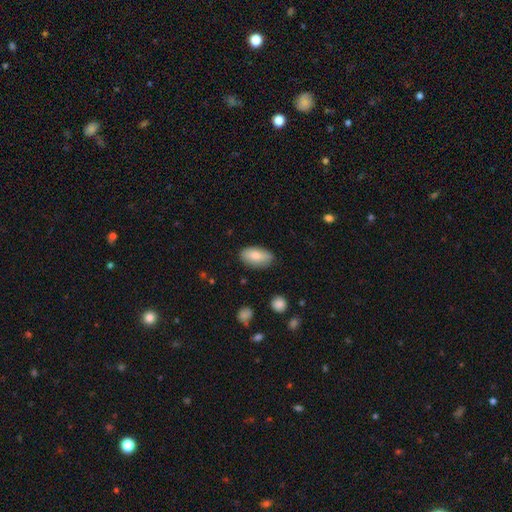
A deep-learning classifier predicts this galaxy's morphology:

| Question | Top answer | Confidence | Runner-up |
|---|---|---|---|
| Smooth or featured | smooth | 79% | featured or disk (14%) |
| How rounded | in between | 92% | cigar-shaped (4%) |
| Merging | none | 78% | minor disturbance (17%) |